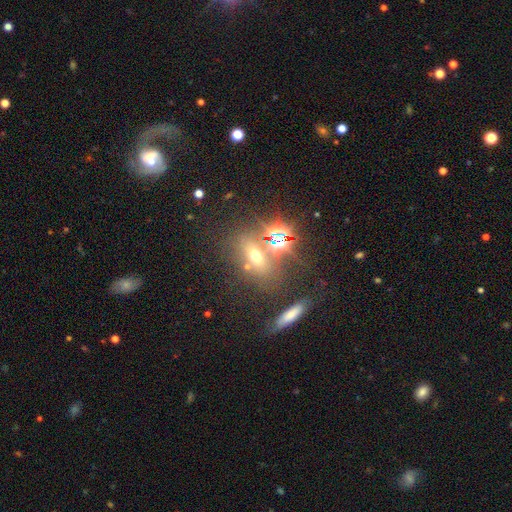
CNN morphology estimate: smooth 45%, star or artifact 39%, featured or disk 16%. Down the decision tree: merging — none (66%).